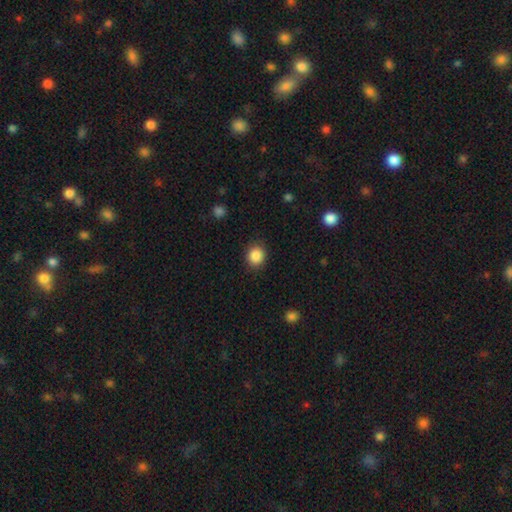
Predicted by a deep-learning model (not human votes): smooth_or_featured: smooth (p=0.88) [alt: star or artifact p=0.09]
how_rounded: round (p=0.79) [alt: in between p=0.20]
merging: none (p=0.87) [alt: minor disturbance p=0.09]